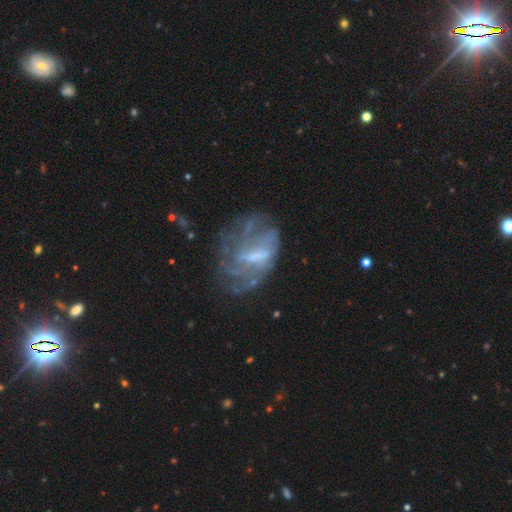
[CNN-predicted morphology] smooth_or_featured: featured or disk (p=0.74) [alt: smooth p=0.16]
disk_edge_on: no (p=0.96) [alt: yes p=0.04]
bar: weak (p=0.48) [alt: no p=0.29]
has_spiral_arms: yes (p=0.58) [alt: no p=0.42]
bulge_size: small (p=0.32) [tied with: moderate p=0.32]
merging: none (p=0.48) [alt: major disturbance p=0.28]